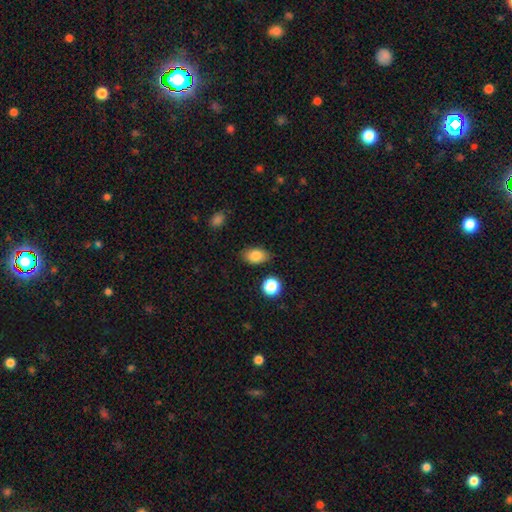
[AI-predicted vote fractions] Smooth or featured? Predicted: smooth (p=0.84). How rounded? Predicted: in between (p=0.86). Merging? Predicted: none (p=0.83).